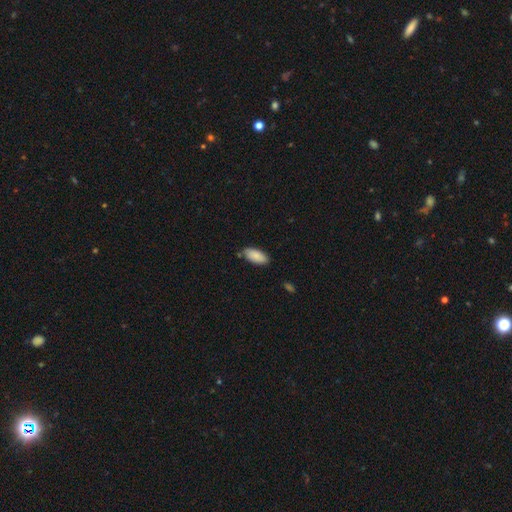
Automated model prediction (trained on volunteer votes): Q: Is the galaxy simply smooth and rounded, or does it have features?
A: smooth — 88%.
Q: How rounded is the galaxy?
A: in between — 90%.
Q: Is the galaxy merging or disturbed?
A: none — 81%.